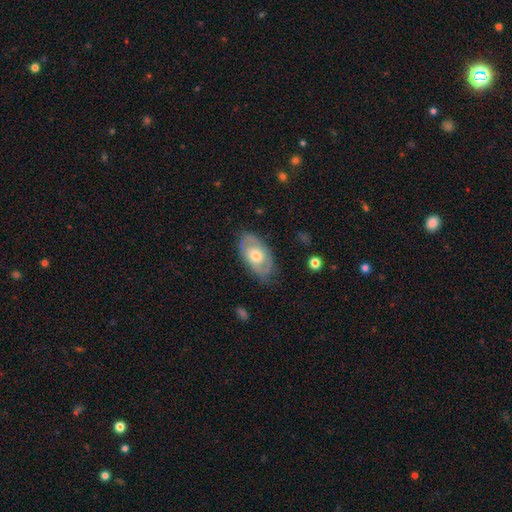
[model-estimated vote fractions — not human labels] Smooth or featured? featured or disk (62%)
Edge-on disk? no (90%)
Bar? no (77%)
Spiral arms? yes (68%)
Bulge size? moderate (67%)
Merging? none (76%)